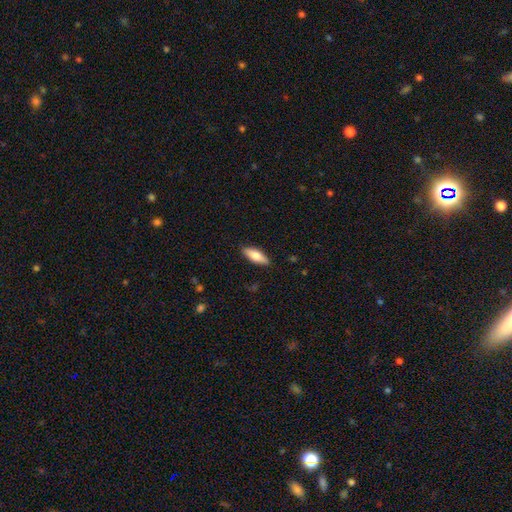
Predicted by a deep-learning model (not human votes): Q: Smooth or featured?
A: smooth (73%); runner-up: featured or disk (21%)
Q: How rounded?
A: in between (62%); runner-up: cigar-shaped (36%)
Q: Merging?
A: none (88%); runner-up: minor disturbance (9%)